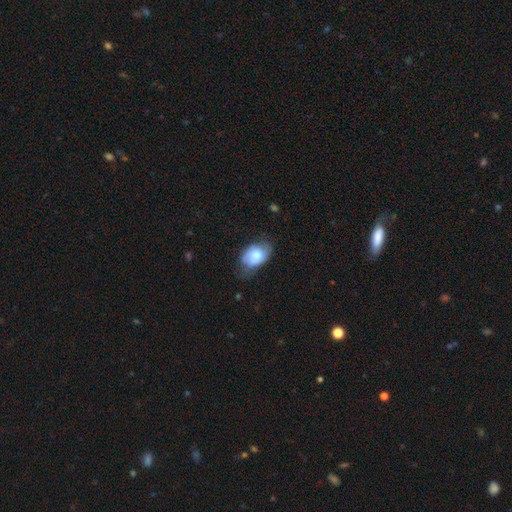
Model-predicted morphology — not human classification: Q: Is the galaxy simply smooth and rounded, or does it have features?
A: smooth — 72%.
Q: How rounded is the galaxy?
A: in between — 87%.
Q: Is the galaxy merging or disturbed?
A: none — 50%.